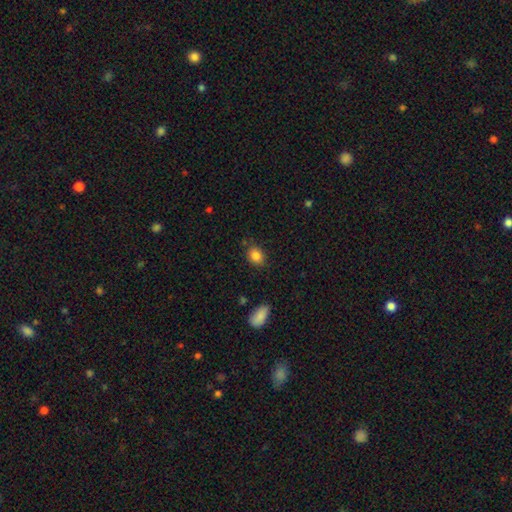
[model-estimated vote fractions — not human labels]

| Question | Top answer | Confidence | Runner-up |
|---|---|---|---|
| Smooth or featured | smooth | 85% | star or artifact (10%) |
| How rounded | in between | 52% | round (47%) |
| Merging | none | 82% | minor disturbance (12%) |